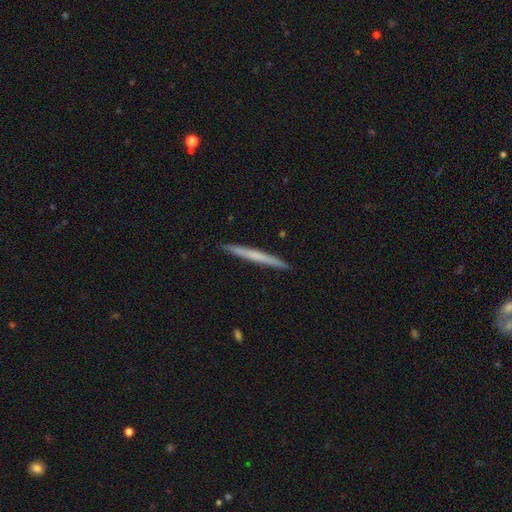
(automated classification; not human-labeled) smooth 52%, featured or disk 43%, star or artifact 5%. Down the decision tree: how rounded — cigar-shaped (97%); merging — none (92%).